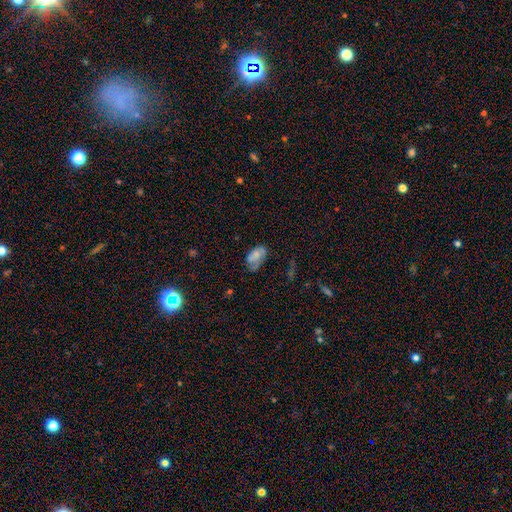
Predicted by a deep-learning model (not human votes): Morphology: type=smooth (57%); roundness=in between (92%); merging=none (44%).